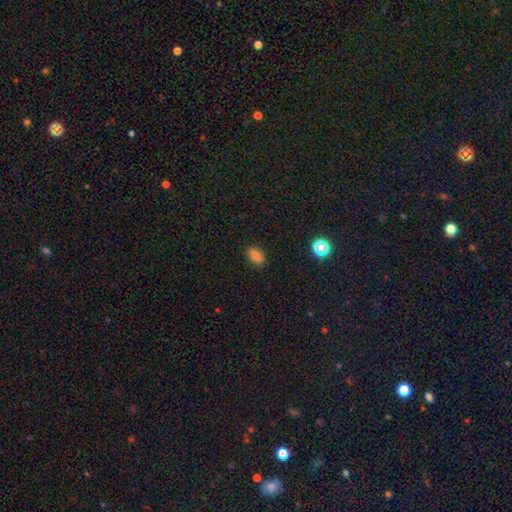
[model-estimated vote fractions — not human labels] This appears to be a smooth galaxy with no disk features (79%) that is in between round and cigar-shaped (85%). Merging: none (85%).